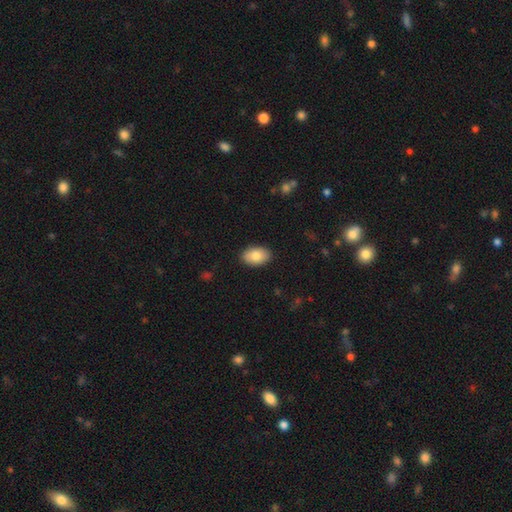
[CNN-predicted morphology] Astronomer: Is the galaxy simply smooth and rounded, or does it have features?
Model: smooth — 83%.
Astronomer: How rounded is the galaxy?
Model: in between — 91%.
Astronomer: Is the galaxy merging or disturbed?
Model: none — 89%.